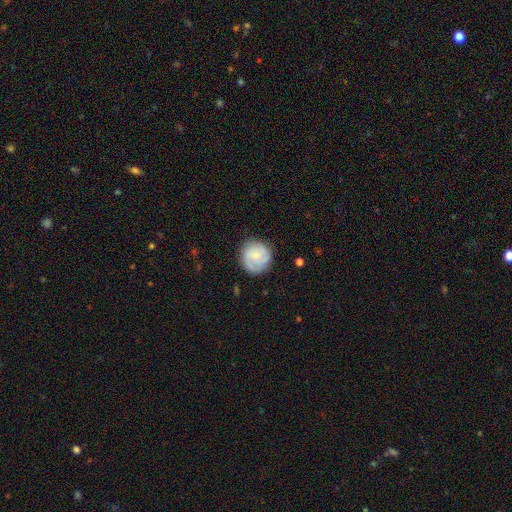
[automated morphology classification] Smooth or featured? smooth (47%)
Merging? none (79%)